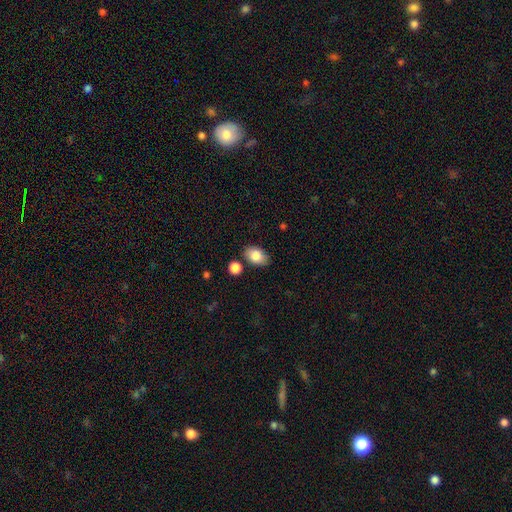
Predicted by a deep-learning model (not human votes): Q: Smooth or featured?
A: smooth (85%); runner-up: featured or disk (8%)
Q: How rounded?
A: in between (83%); runner-up: round (16%)
Q: Merging?
A: none (77%); runner-up: minor disturbance (14%)